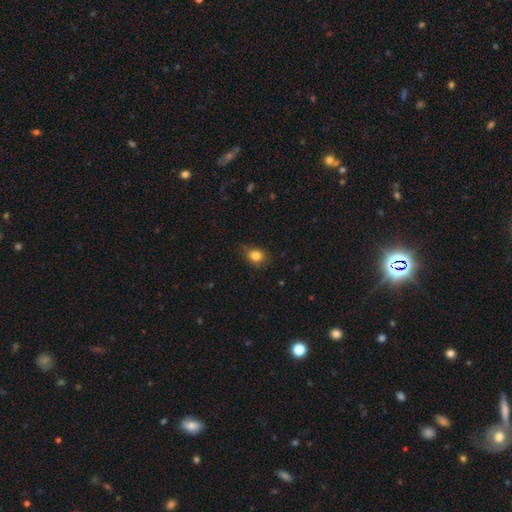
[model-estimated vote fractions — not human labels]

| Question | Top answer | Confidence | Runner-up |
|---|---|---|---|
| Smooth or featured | smooth | 83% | star or artifact (11%) |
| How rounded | round | 55% | in between (44%) |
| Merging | none | 73% | minor disturbance (21%) |